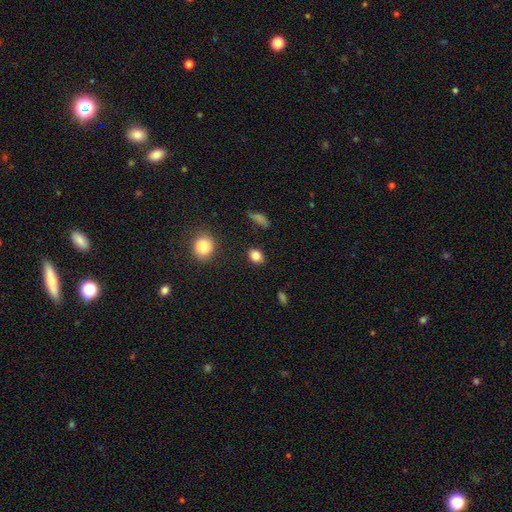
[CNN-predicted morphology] Smooth or featured? smooth (84%)
How rounded? in between (64%)
Merging? none (84%)